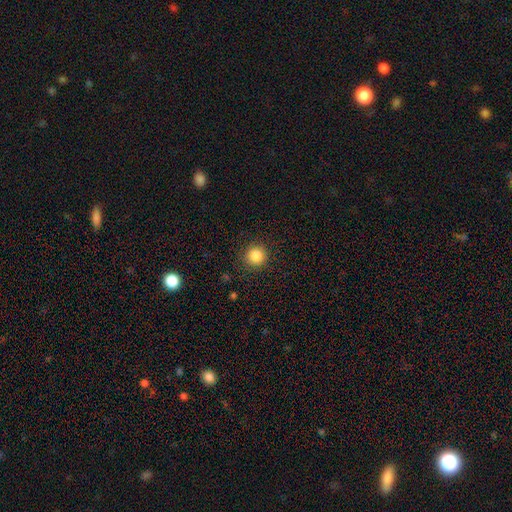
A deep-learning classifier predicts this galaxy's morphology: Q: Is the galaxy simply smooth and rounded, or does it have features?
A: smooth — 85%.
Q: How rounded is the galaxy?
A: round — 94%.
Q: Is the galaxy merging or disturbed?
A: none — 89%.